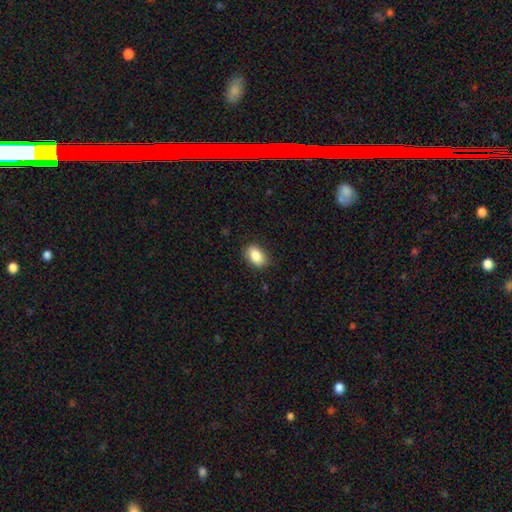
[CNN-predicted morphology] Smooth or featured?
  - smooth: 87% *
  - star or artifact: 8%
  - featured or disk: 6%
How rounded?
  - in between: 87% *
  - round: 12%
  - cigar-shaped: 1%
Merging?
  - none: 85% *
  - minor disturbance: 11%
  - major disturbance: 2%
  - merger: 1%